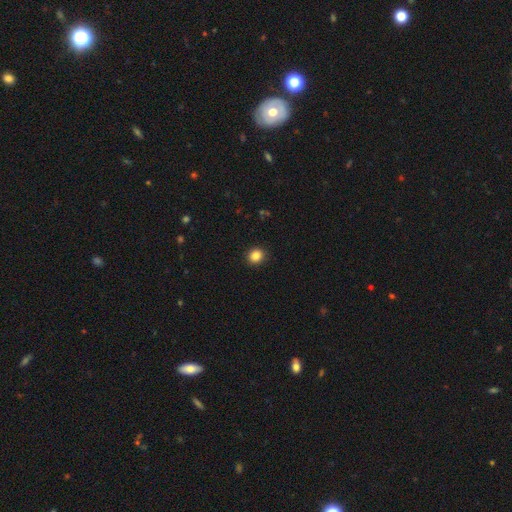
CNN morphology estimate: type=smooth (86%); roundness=round (83%); merging=none (91%).